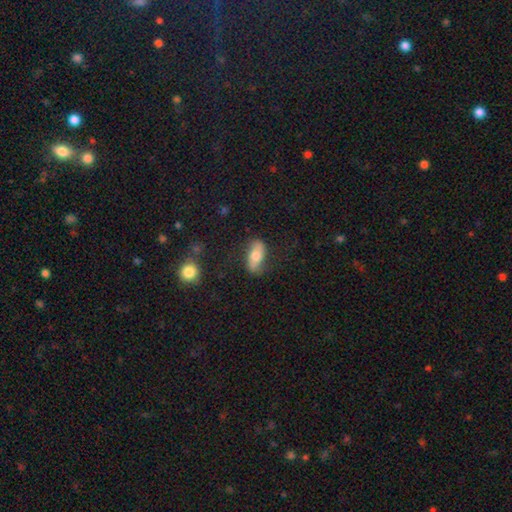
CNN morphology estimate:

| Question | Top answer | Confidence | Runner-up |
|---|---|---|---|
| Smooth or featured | smooth | 65% | featured or disk (28%) |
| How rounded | in between | 77% | cigar-shaped (19%) |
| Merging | none | 73% | minor disturbance (19%) |